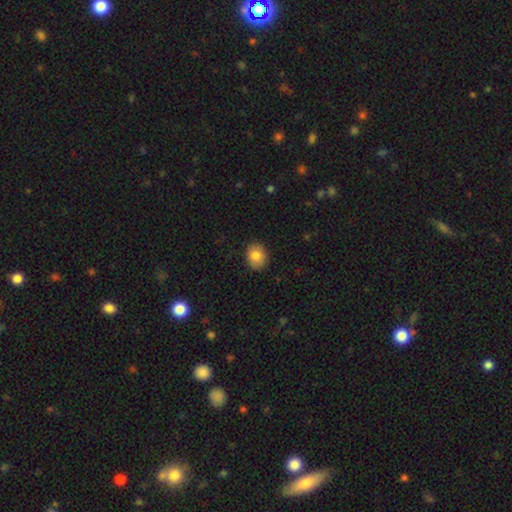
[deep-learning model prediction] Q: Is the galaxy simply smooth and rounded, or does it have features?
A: smooth — 81%.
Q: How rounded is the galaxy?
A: round — 55%.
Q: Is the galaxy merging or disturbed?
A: none — 87%.